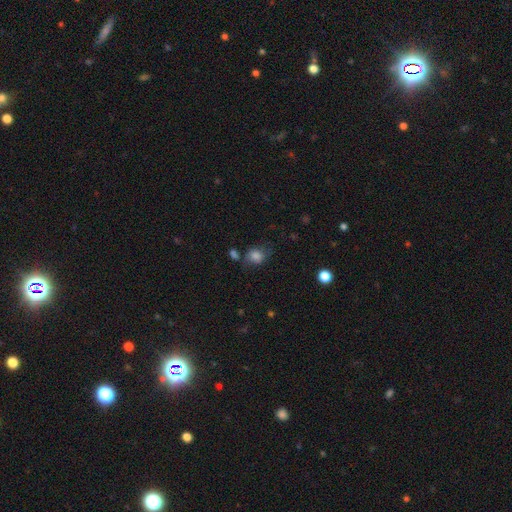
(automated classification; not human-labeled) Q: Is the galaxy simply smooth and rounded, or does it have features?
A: smooth — 78%.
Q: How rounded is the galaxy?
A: round — 57%.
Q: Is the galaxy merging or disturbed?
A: none — 56%.